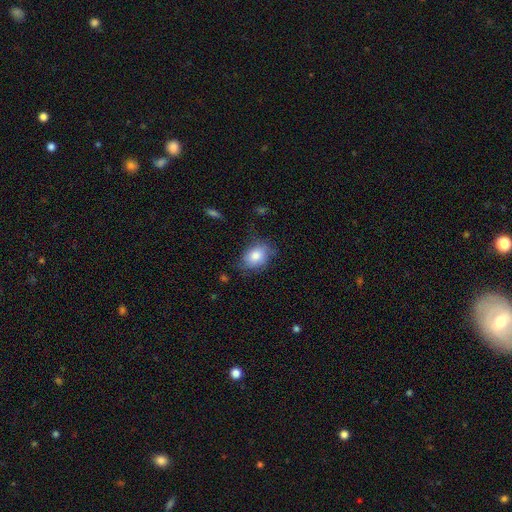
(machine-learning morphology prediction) This is likely a smooth galaxy (79%). How rounded: likely in between (65%). Merging: likely none (63%).